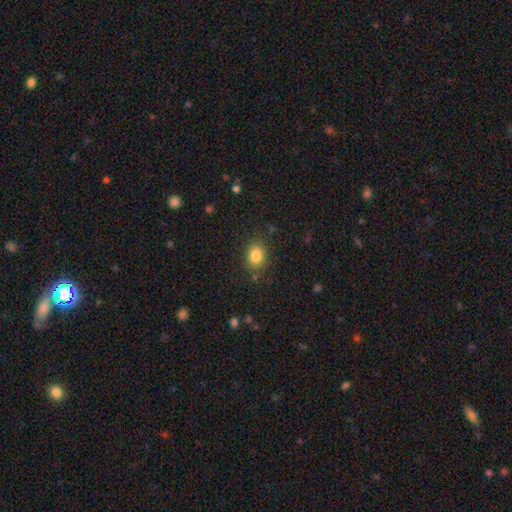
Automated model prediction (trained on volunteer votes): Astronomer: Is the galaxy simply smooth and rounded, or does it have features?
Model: smooth — 83%.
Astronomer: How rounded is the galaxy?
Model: in between — 58% (runner-up: round, 41%).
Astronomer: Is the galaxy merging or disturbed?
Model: none — 82%.